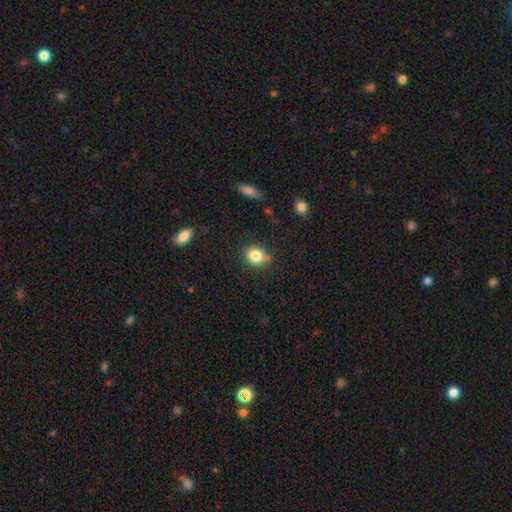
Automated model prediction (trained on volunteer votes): This appears to be a smooth galaxy with no disk features (84%) that is round (62%). Merging: none (79%).